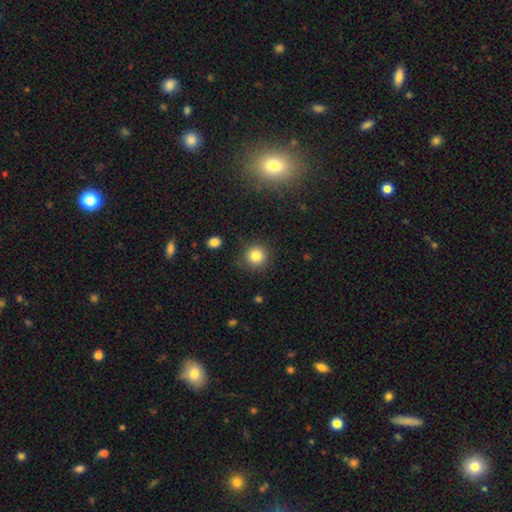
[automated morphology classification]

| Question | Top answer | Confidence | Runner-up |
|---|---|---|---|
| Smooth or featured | smooth | 83% | star or artifact (11%) |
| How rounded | round | 92% | in between (7%) |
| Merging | none | 88% | minor disturbance (8%) |